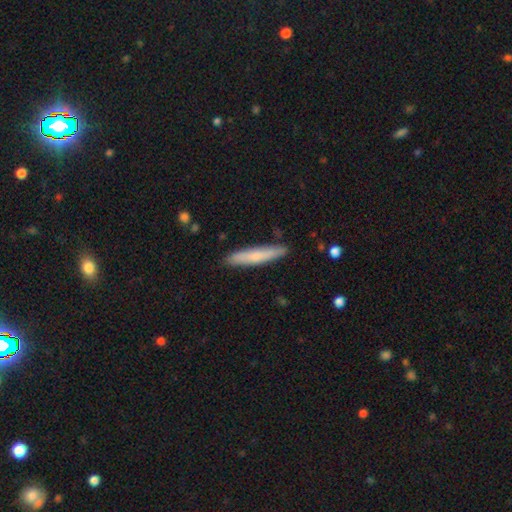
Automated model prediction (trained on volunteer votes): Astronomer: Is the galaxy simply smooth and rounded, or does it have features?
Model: smooth — 68%.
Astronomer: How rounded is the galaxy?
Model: cigar-shaped — 92%.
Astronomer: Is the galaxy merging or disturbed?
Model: none — 89%.